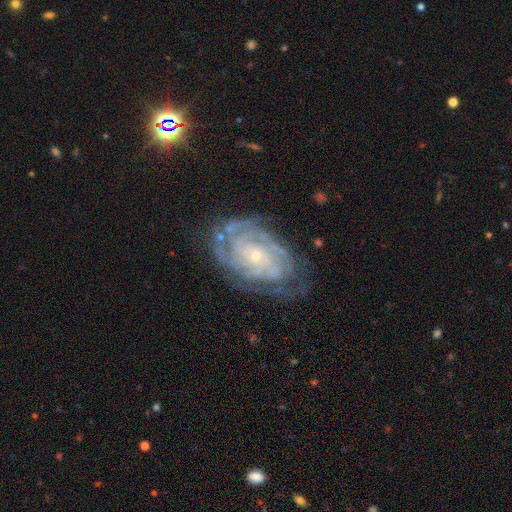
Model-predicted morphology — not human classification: Smooth or featured? Predicted: featured or disk (p=0.86). Edge-on disk? Predicted: no (p=0.96). Bar? Predicted: no (p=0.74). Spiral arms? Predicted: yes (p=0.95). Spiral winding? Predicted: tight (p=0.76). Spiral arm count? Predicted: can't tell (p=0.33). Bulge size? Predicted: small (p=0.81). Merging? Predicted: none (p=0.68).